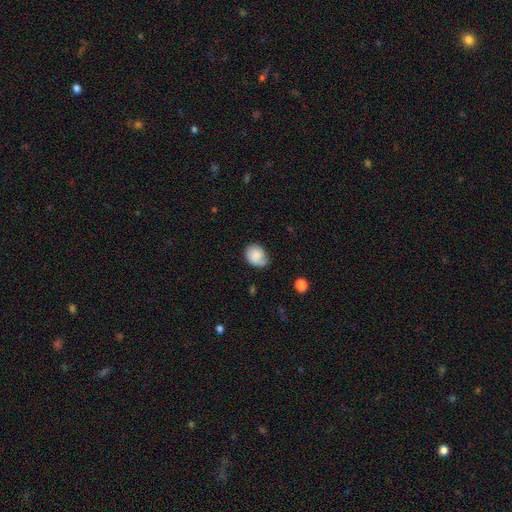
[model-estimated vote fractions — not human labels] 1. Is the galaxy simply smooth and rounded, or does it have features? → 70% smooth, 22% featured or disk, 8% star or artifact.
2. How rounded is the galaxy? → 51% in between, 48% round, 1% cigar-shaped.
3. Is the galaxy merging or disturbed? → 53% none, 33% minor disturbance, 12% major disturbance, 2% merger.